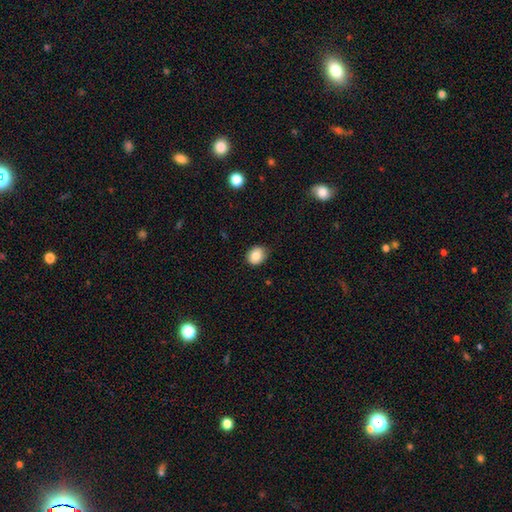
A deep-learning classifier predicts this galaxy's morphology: This appears to be a smooth galaxy with no disk features (83%) that is round (62%). Merging: none (84%).